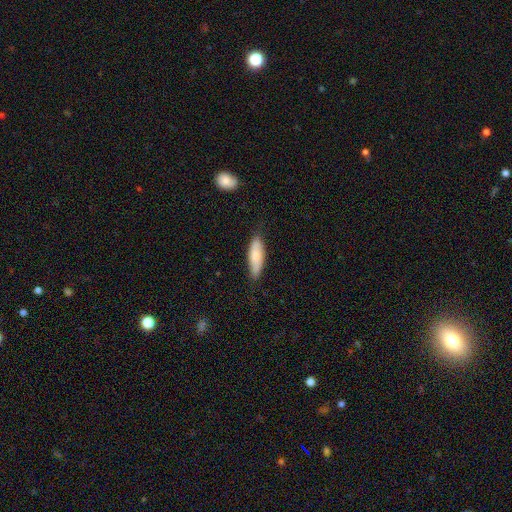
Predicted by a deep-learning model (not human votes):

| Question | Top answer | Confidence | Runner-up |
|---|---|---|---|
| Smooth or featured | smooth | 73% | featured or disk (22%) |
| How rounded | in between | 54% | cigar-shaped (44%) |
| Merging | none | 78% | minor disturbance (18%) |